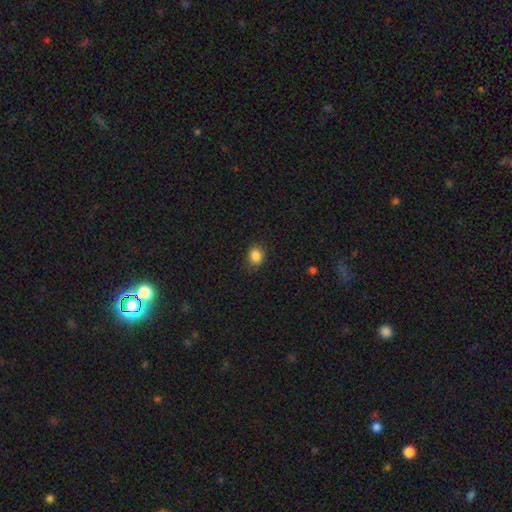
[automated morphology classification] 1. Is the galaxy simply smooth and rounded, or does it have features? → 86% smooth, 10% star or artifact, 4% featured or disk.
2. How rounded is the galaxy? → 54% round, 45% in between, 1% cigar-shaped.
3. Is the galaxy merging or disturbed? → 84% none, 12% minor disturbance, 3% major disturbance, 1% merger.